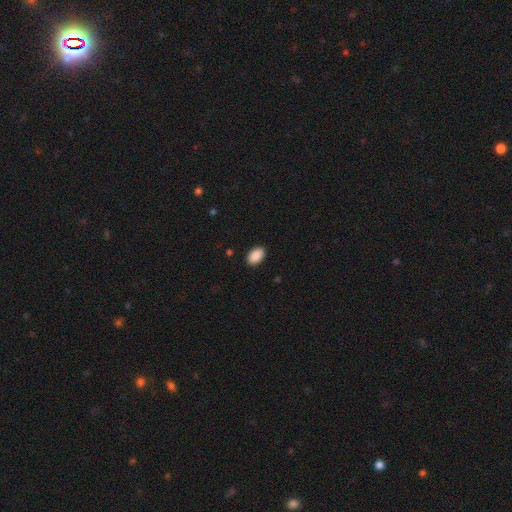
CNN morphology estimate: type=smooth (90%); roundness=in between (91%); merging=none (90%).